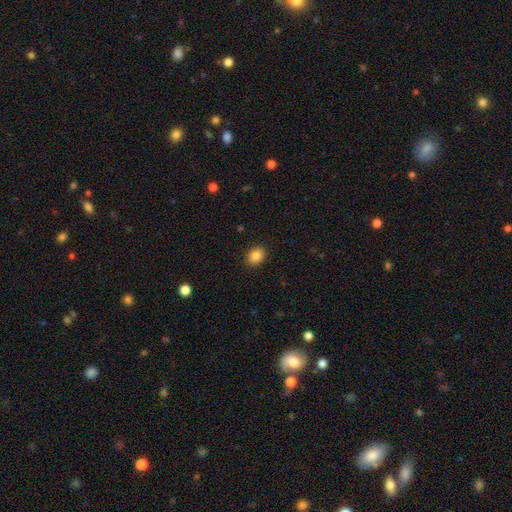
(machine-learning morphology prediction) Smooth or featured? smooth (87%)
How rounded? in between (55%)
Merging? none (90%)